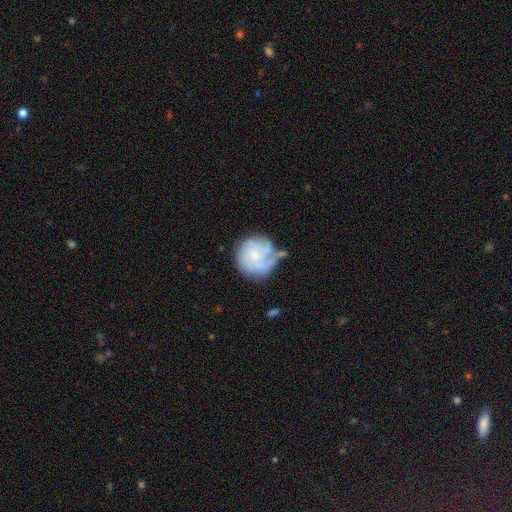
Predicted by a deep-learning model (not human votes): The model was most divided on "spiral arm count": can't tell: 34%, 3: 26%, 2: 14%, 4: 11%, 1: 10%, more than 4: 6%. More confident: edge-on disk — no (98%); spiral arms — yes (89%); bar — no (75%); smooth or featured — featured or disk (68%); bulge size — small (58%); spiral winding — tight (56%); merging — none (54%).